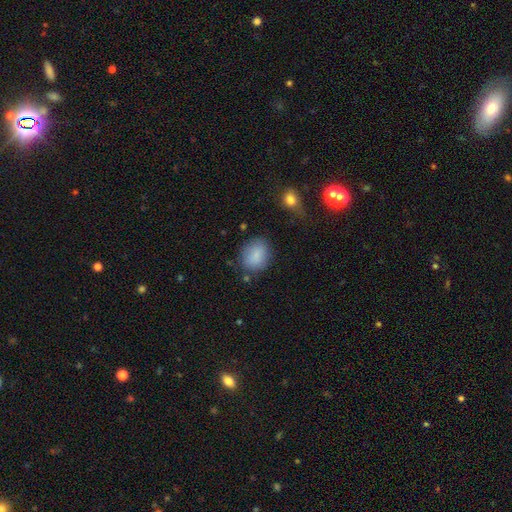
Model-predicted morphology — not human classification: smooth 85%, star or artifact 8%, featured or disk 7%. Down the decision tree: how rounded — round (54%); merging — none (73%).